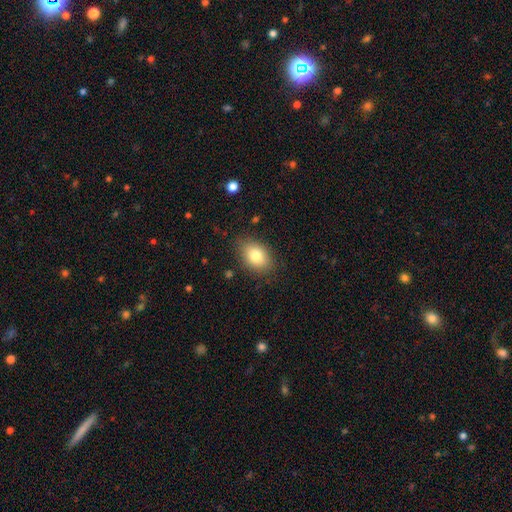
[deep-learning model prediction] smooth-or-featured: smooth: 80% | featured or disk: 12% | star or artifact: 9%
  how-rounded: in between: 82% | round: 17% | cigar-shaped: 1%
  merging: none: 83% | minor disturbance: 12% | major disturbance: 3% | merger: 1%